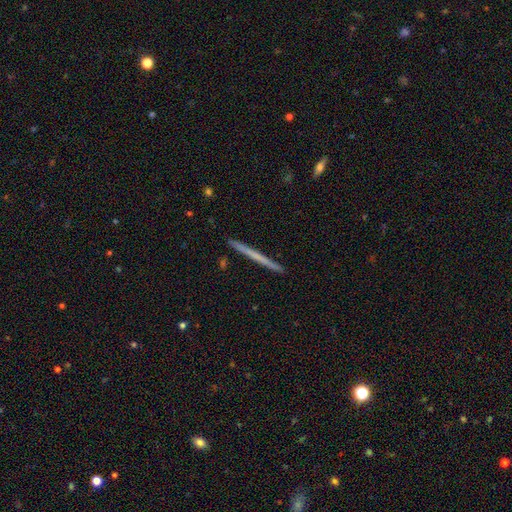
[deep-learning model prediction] smooth_or_featured: featured or disk (p=0.49) [alt: smooth p=0.46]
merging: none (p=0.93) [alt: minor disturbance p=0.05]